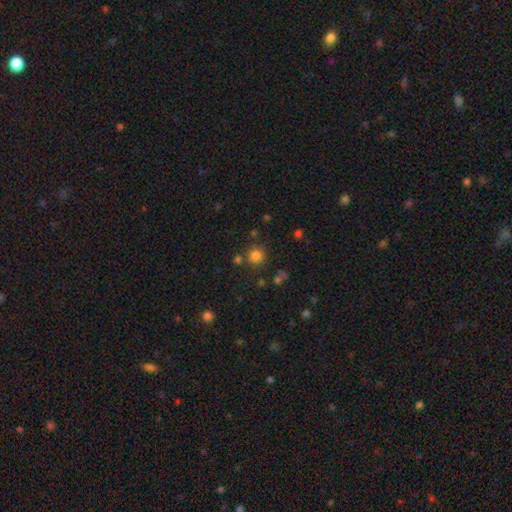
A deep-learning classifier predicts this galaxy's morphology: Overall: smooth (80%). How rounded: round (93%). Merging: none (81%).